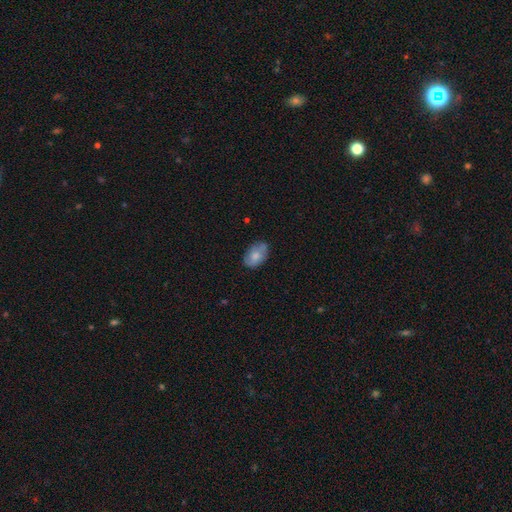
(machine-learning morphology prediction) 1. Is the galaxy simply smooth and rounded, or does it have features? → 73% smooth, 20% featured or disk, 7% star or artifact.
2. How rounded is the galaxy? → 89% in between, 10% round, 1% cigar-shaped.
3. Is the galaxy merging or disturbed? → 72% none, 22% minor disturbance, 4% major disturbance, 2% merger.